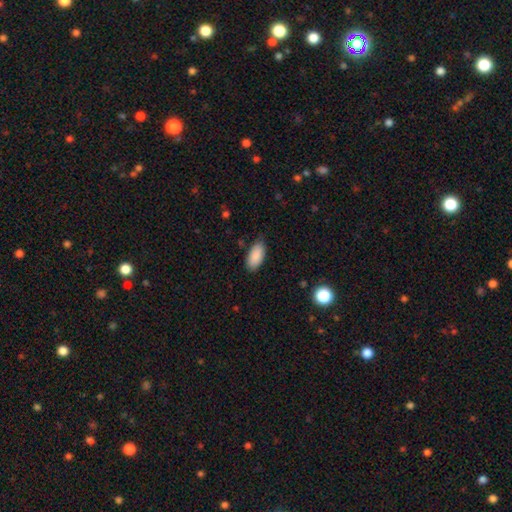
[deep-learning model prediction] The model was most divided on "merging": none: 80%, minor disturbance: 16%, major disturbance: 3%, merger: 1%. More confident: how rounded — in between (93%); smooth or featured — smooth (90%).